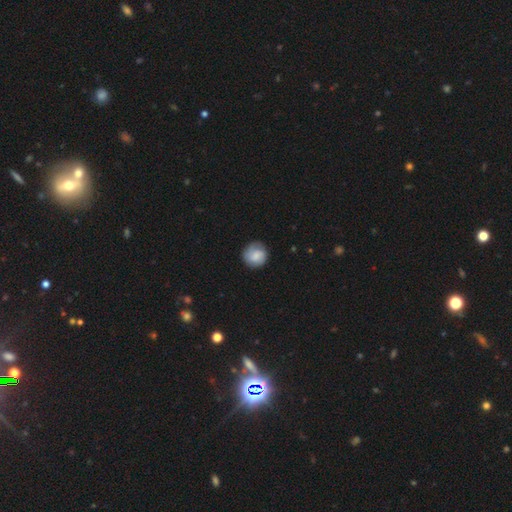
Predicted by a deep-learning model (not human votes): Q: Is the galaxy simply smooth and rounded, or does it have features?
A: smooth — 70%.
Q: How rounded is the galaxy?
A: round — 88%.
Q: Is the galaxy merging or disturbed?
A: none — 77%.